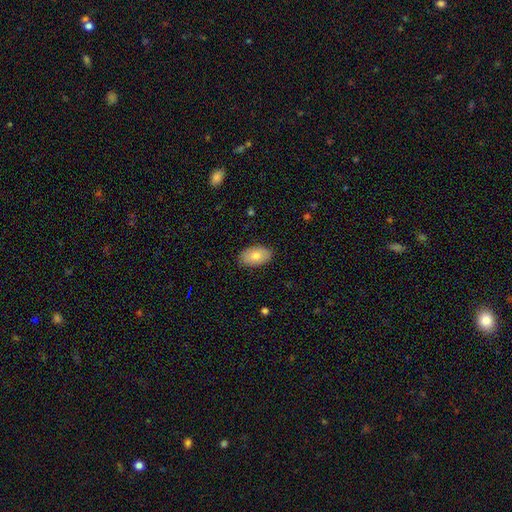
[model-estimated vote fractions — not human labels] smooth-or-featured: smooth: 79% | featured or disk: 15% | star or artifact: 6%
  how-rounded: in between: 94% | round: 5% | cigar-shaped: 1%
  merging: none: 87% | minor disturbance: 10% | major disturbance: 2% | merger: 1%